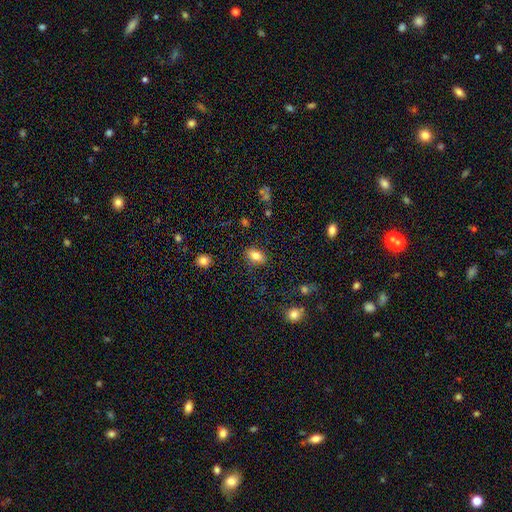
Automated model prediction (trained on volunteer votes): Overall: smooth (80%). How rounded: in between (84%). Merging: none (84%).